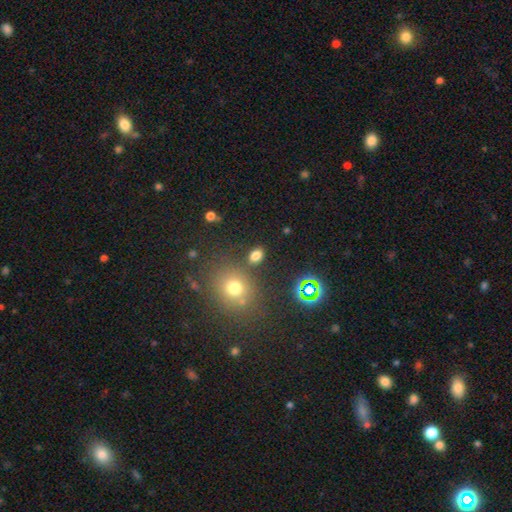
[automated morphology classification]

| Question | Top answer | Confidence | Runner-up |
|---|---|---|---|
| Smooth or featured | smooth | 74% | star or artifact (19%) |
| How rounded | in between | 73% | round (25%) |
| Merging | none | 80% | minor disturbance (10%) |